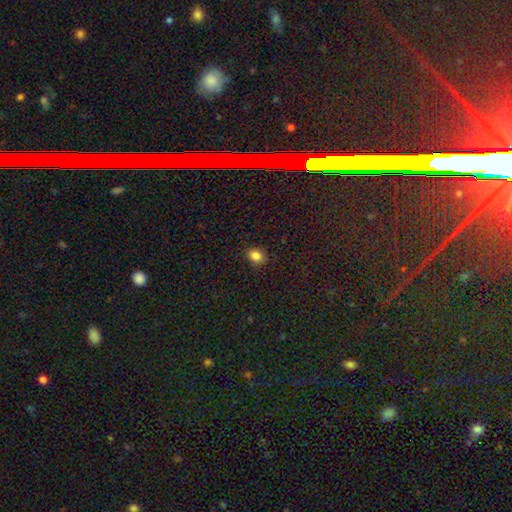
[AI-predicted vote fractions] This appears to be a smooth galaxy with no disk features (84%) that is round (54%). Merging: none (88%).